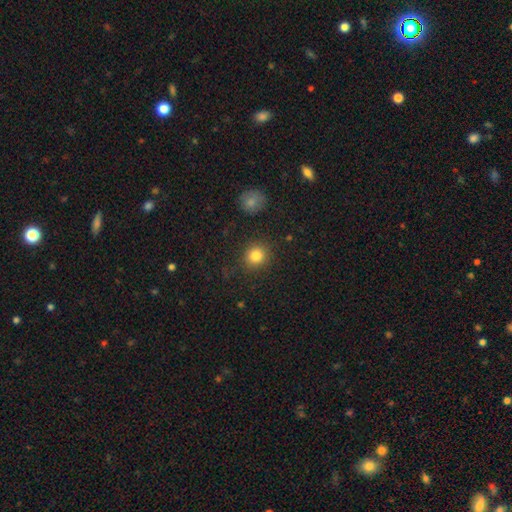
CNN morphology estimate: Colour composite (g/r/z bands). It shows a smooth galaxy with no disk features (84%) that is round (86%). Merging: none (86%).